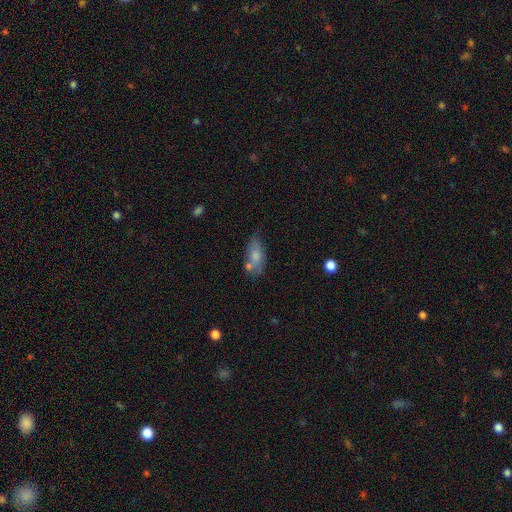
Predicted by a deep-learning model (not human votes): Smooth or featured? smooth (71%)
How rounded? in between (85%)
Merging? none (52%)